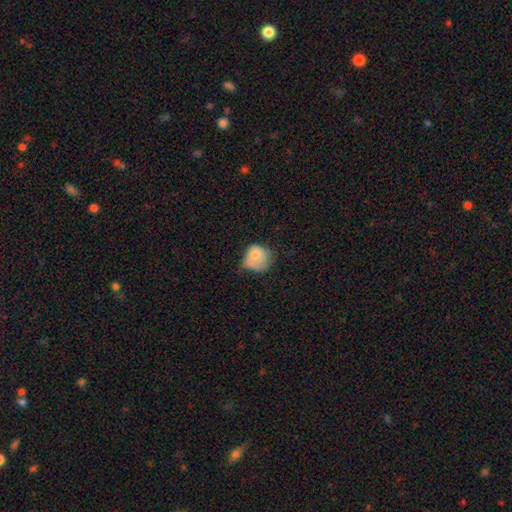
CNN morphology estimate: This appears to be a smooth galaxy with no disk features (71%) that is round (71%). Merging: minor disturbance (40%).